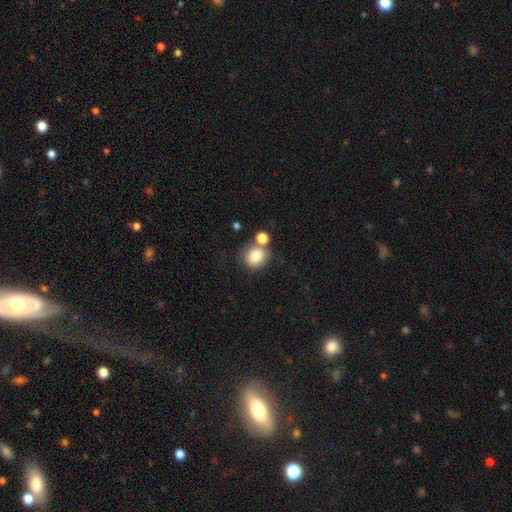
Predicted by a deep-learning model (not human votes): Smooth or featured? smooth (82%)
How rounded? round (76%)
Merging? none (58%)